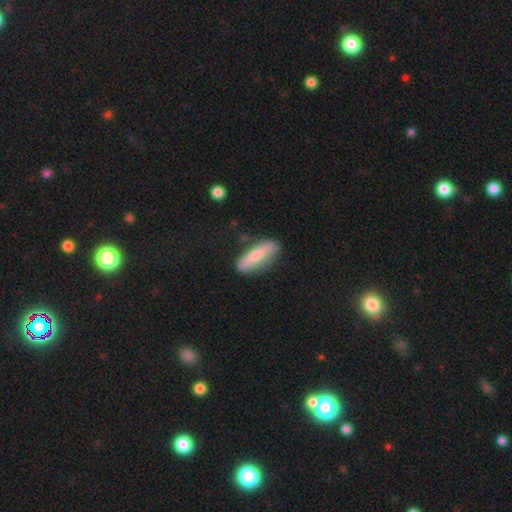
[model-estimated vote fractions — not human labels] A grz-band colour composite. It shows a smooth galaxy with no disk features (73%) that is cigar-shaped (60%). Merging: none (73%).